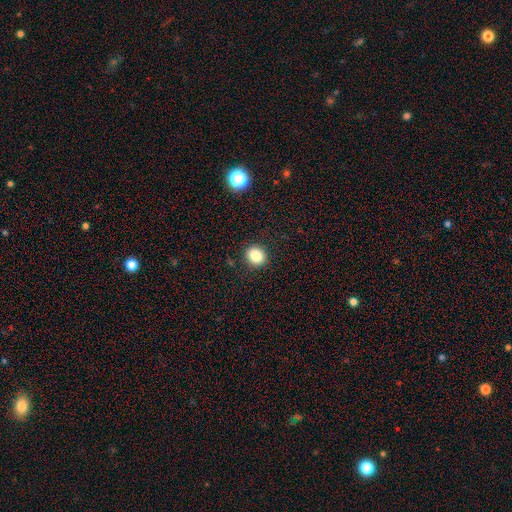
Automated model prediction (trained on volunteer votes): A smooth galaxy with no disk features (84%) that is round (76%).

Vote fractions:
- Smooth or featured? smooth: 84% / star or artifact: 11% / featured or disk: 5%
- How rounded? round: 76% / in between: 23% / cigar-shaped: 1%
- Merging? none: 90% / minor disturbance: 7% / major disturbance: 2% / merger: 1%